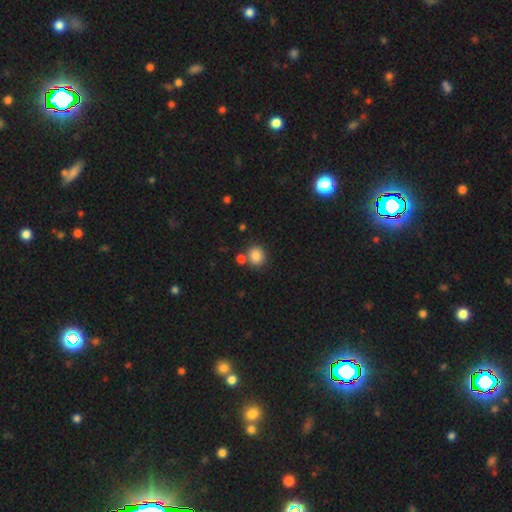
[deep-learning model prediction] smooth_or_featured: smooth (p=0.85) [alt: star or artifact p=0.09]
how_rounded: round (p=0.81) [alt: in between p=0.19]
merging: none (p=0.68) [alt: merger p=0.19]